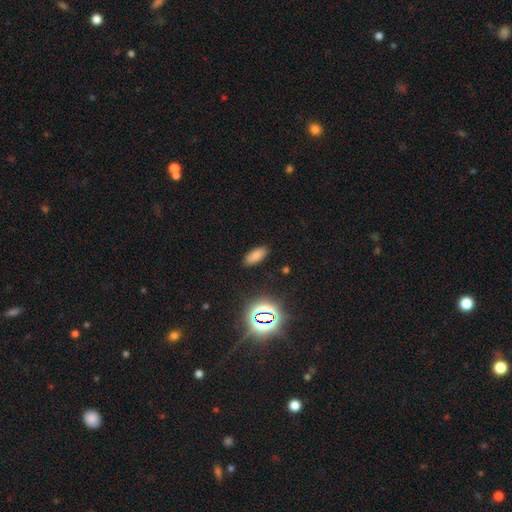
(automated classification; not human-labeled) Q: Smooth or featured?
A: smooth (75%); runner-up: star or artifact (18%)
Q: How rounded?
A: in between (82%); runner-up: cigar-shaped (14%)
Q: Merging?
A: none (87%); runner-up: minor disturbance (9%)